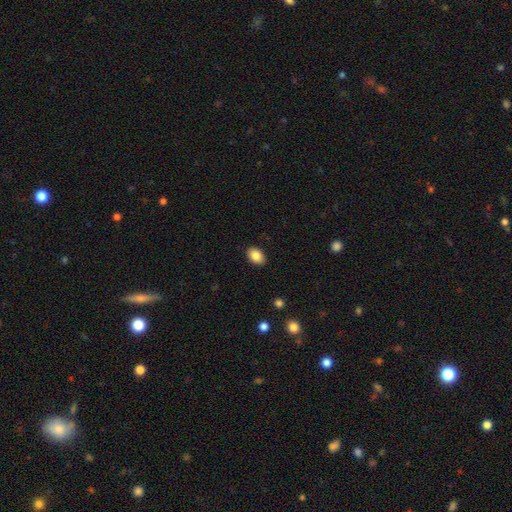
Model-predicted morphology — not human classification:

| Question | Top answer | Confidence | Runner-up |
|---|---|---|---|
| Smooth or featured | smooth | 86% | star or artifact (8%) |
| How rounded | in between | 84% | round (15%) |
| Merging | none | 89% | minor disturbance (8%) |